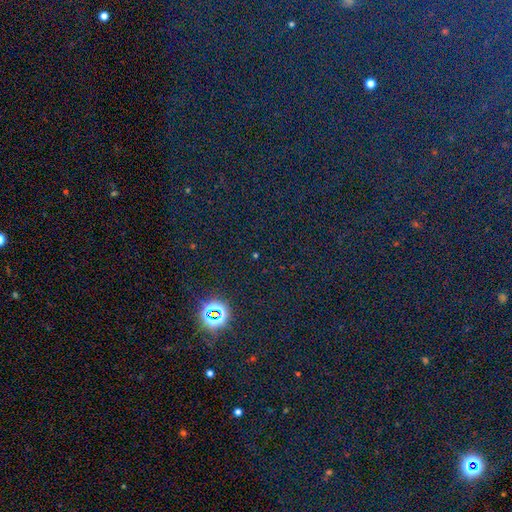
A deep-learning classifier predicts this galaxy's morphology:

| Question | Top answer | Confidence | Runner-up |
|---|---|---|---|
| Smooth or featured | star or artifact | 78% | smooth (15%) |